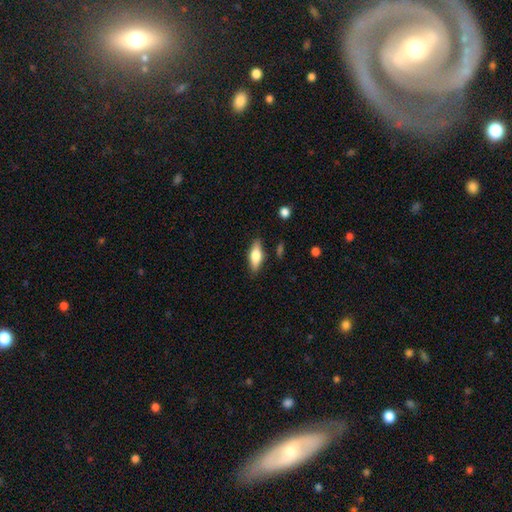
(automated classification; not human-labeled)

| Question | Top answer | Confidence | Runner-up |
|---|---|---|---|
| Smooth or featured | smooth | 63% | featured or disk (30%) |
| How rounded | in between | 69% | cigar-shaped (28%) |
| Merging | none | 84% | minor disturbance (11%) |